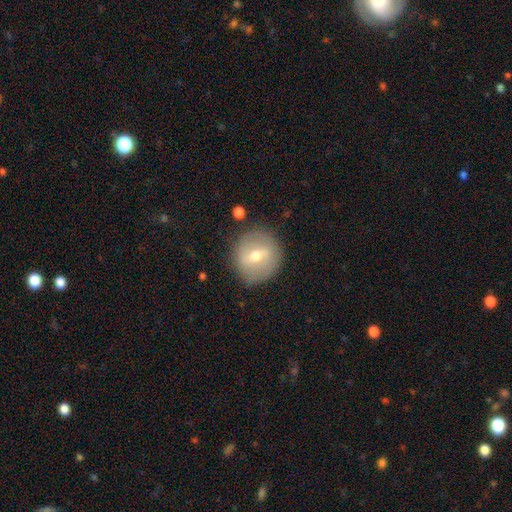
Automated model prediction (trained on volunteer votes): A featured or disk galaxy (47%). Merging: none (82%).